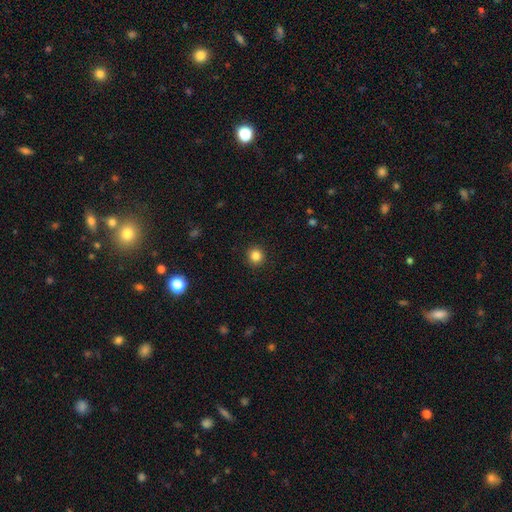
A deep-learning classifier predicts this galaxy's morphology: Smooth or featured? Predicted: smooth (p=0.84). How rounded? Predicted: round (p=0.93). Merging? Predicted: none (p=0.92).